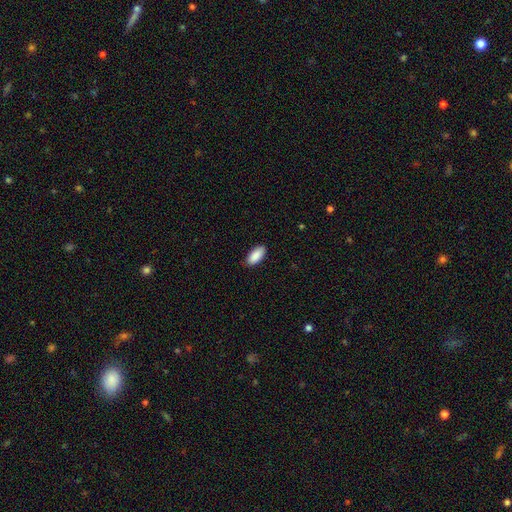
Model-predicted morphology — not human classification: A smooth galaxy with no disk features (90%) that is in between round and cigar-shaped (91%).

Vote fractions:
- Smooth or featured? smooth: 90% / star or artifact: 6% / featured or disk: 4%
- How rounded? in between: 91% / cigar-shaped: 7% / round: 2%
- Merging? none: 86% / minor disturbance: 11% / major disturbance: 2% / merger: 1%